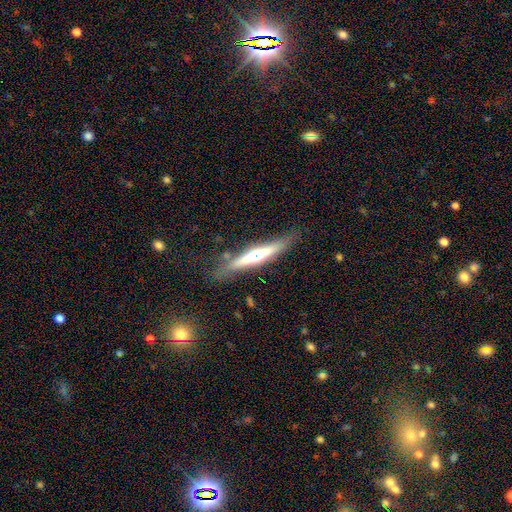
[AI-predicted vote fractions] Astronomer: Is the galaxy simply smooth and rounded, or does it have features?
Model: featured or disk — 64%.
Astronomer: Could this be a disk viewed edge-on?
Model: yes — 94%.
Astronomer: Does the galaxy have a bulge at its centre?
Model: rounded — 82%.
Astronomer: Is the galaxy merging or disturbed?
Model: none — 80%.